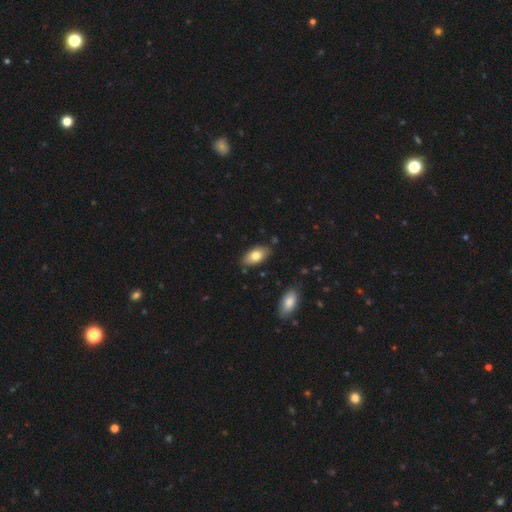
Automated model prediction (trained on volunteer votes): A smooth galaxy with no disk features (78%) that is in between round and cigar-shaped (92%). Merging: none (84%).